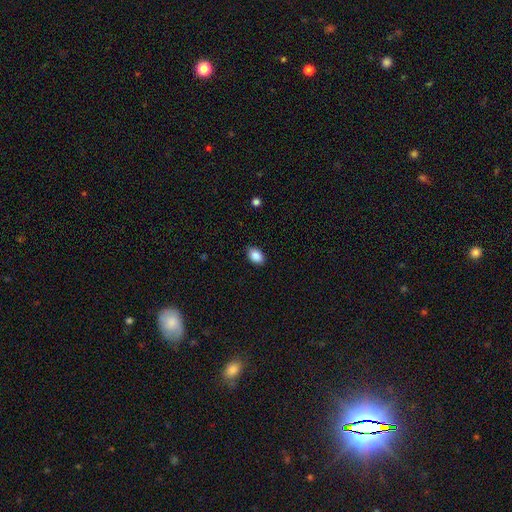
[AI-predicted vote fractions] The model was most divided on "how rounded": in between: 86%, round: 13%, cigar-shaped: 1%. More confident: smooth or featured — smooth (89%); merging — none (87%).